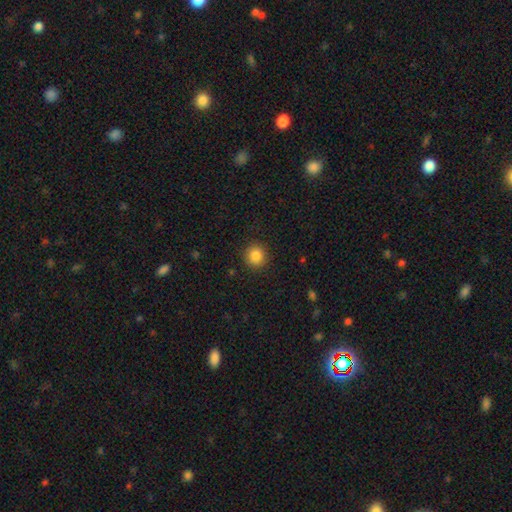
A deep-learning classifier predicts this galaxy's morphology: smooth-or-featured: smooth: 86% | star or artifact: 10% | featured or disk: 4%
  how-rounded: round: 90% | in between: 9% | cigar-shaped: 1%
  merging: none: 91% | minor disturbance: 6% | major disturbance: 2% | merger: 1%